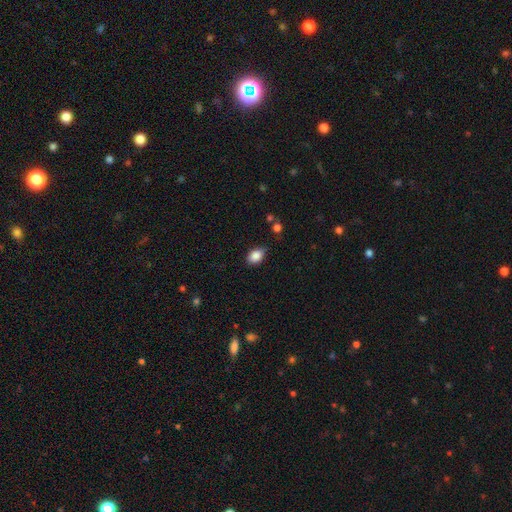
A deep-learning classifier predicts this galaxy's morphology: Smooth or featured?
  - smooth: 87% *
  - star or artifact: 8%
  - featured or disk: 5%
How rounded?
  - in between: 84% *
  - round: 15%
  - cigar-shaped: 1%
Merging?
  - none: 77% *
  - minor disturbance: 18%
  - major disturbance: 3%
  - merger: 2%